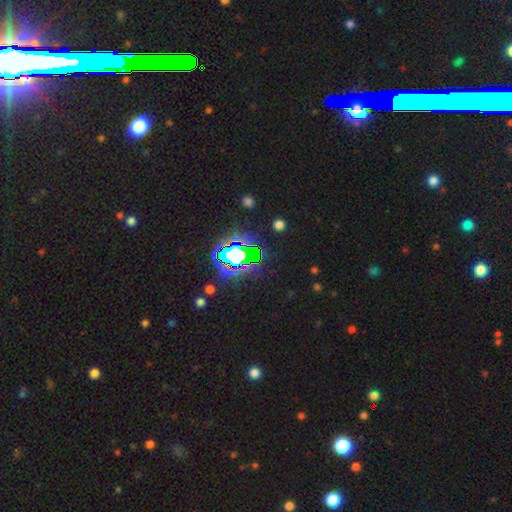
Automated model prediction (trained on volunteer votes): Overall: star or artifact (81%).